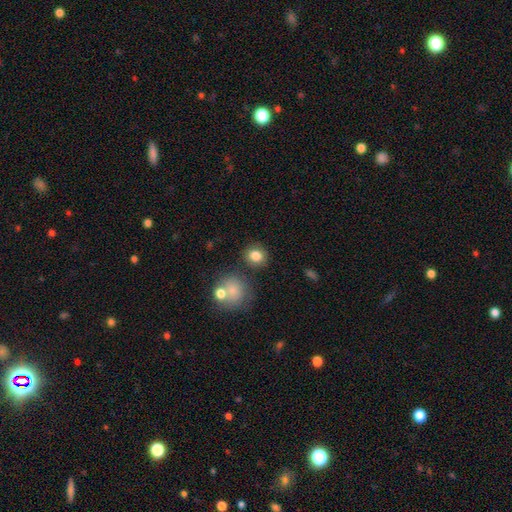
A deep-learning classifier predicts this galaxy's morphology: Smooth or featured? Predicted: smooth (p=0.83). How rounded? Predicted: round (p=0.72). Merging? Predicted: none (p=0.79).